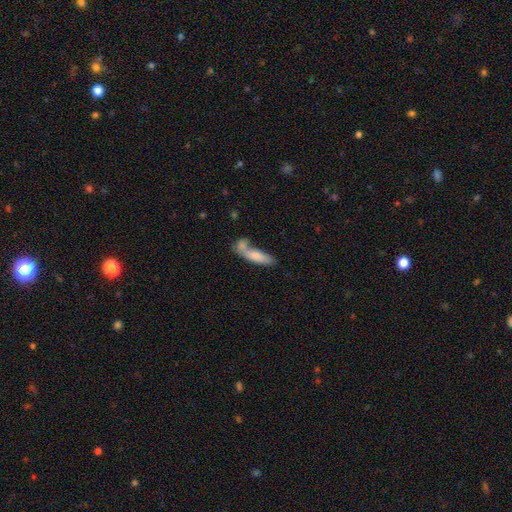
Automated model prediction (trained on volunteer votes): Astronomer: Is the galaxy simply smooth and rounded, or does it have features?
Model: smooth — 77%.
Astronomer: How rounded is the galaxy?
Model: in between — 49%, tied with cigar-shaped at 49%.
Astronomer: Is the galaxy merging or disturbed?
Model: merger — 46% (runner-up: none, 34%).